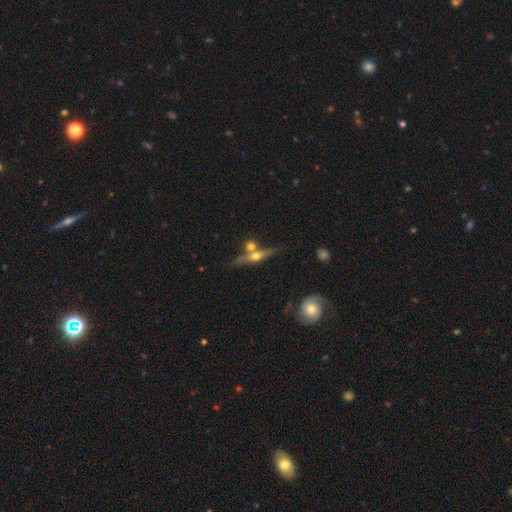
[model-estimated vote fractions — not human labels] Smooth or featured? Predicted: featured or disk (p=0.62). Edge-on disk? Predicted: yes (p=0.90). Edge-on bulge? Predicted: rounded (p=0.92). Merging? Predicted: none (p=0.62).